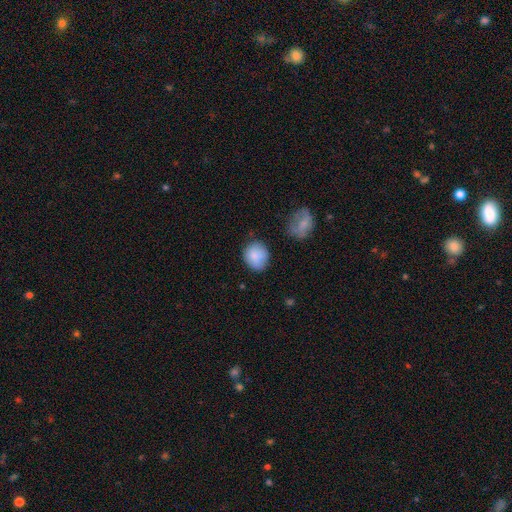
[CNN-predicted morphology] type=smooth (85%); roundness=round (72%); merging=none (71%).